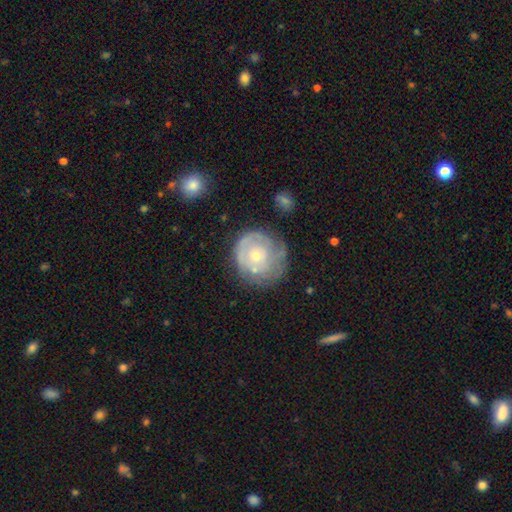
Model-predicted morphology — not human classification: type=featured or disk (57%); edge-on=no (97%); bar=no (88%); spiral arms=no (52%); bulge=small (63%); merging=none (55%).